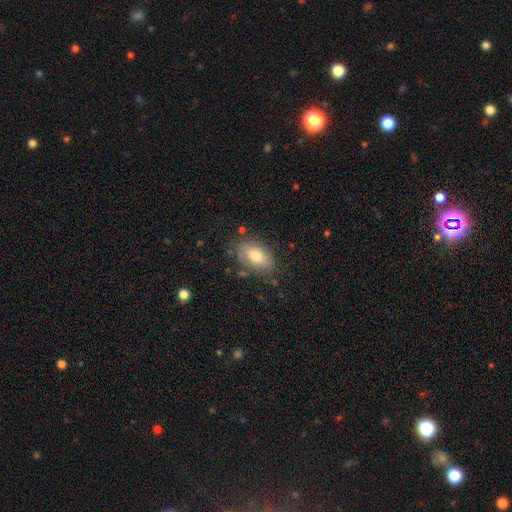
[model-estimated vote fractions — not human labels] This is likely a smooth galaxy (66%). How rounded: clearly in between (90%). Merging: likely none (71%).